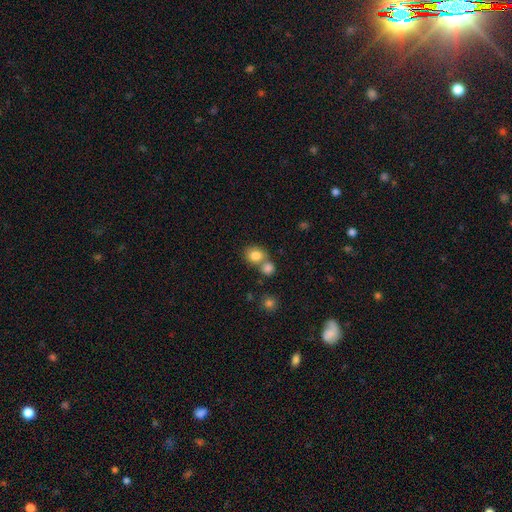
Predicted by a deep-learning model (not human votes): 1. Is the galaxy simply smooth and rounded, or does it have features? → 82% smooth, 10% star or artifact, 8% featured or disk.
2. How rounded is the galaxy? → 67% round, 32% in between, 1% cigar-shaped.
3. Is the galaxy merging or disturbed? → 49% none, 38% merger, 9% minor disturbance, 3% major disturbance.